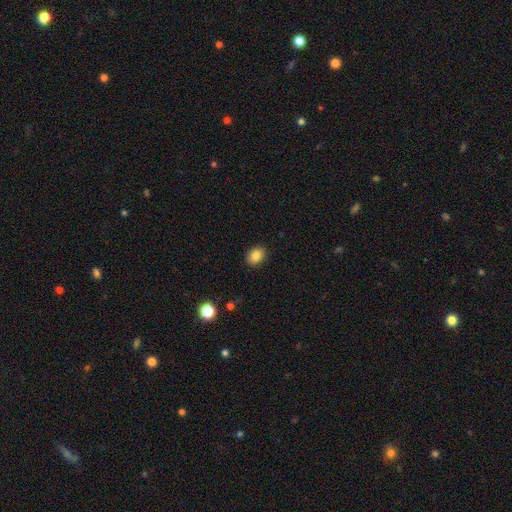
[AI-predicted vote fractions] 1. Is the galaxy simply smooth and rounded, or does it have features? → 83% smooth, 10% star or artifact, 7% featured or disk.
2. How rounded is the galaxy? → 57% in between, 42% round, 1% cigar-shaped.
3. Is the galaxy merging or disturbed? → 90% none, 7% minor disturbance, 2% major disturbance, 1% merger.